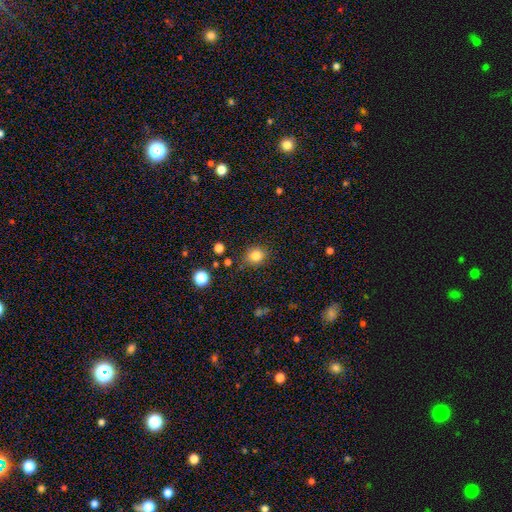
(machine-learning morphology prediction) This is clearly a smooth galaxy (82%). How rounded: likely round (71%). Merging: likely none (79%).